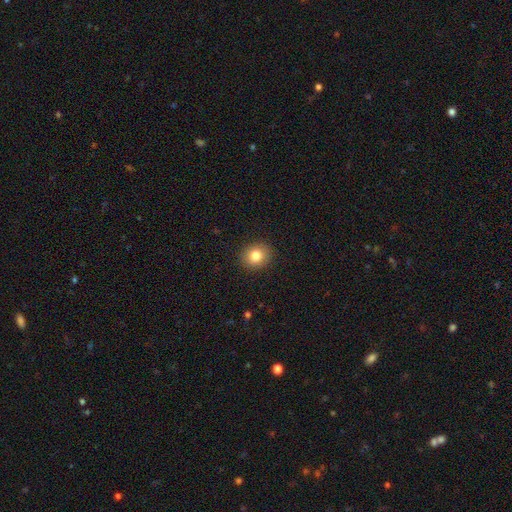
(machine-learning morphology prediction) Smooth or featured? Predicted: smooth (p=0.82). How rounded? Predicted: round (p=0.73). Merging? Predicted: none (p=0.91).